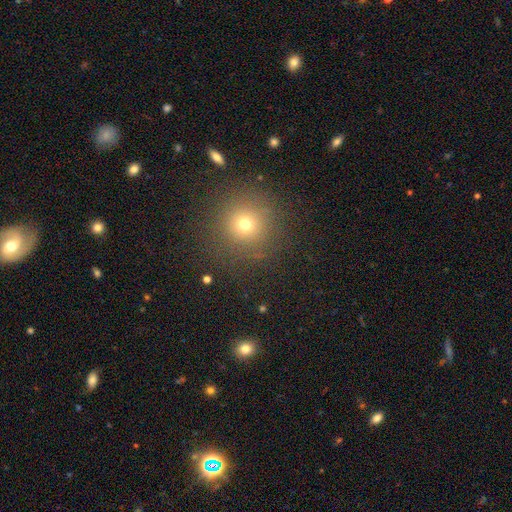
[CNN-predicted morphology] A smooth galaxy with no disk features (56%) that is round (95%). Merging: none (90%).